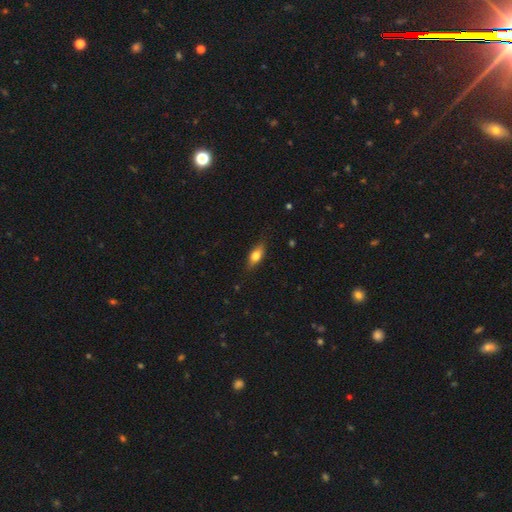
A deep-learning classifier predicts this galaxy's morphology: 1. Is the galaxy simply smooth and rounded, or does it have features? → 65% smooth, 27% featured or disk, 7% star or artifact.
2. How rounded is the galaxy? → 73% in between, 21% cigar-shaped, 6% round.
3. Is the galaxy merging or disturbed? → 82% none, 15% minor disturbance, 3% major disturbance, 1% merger.